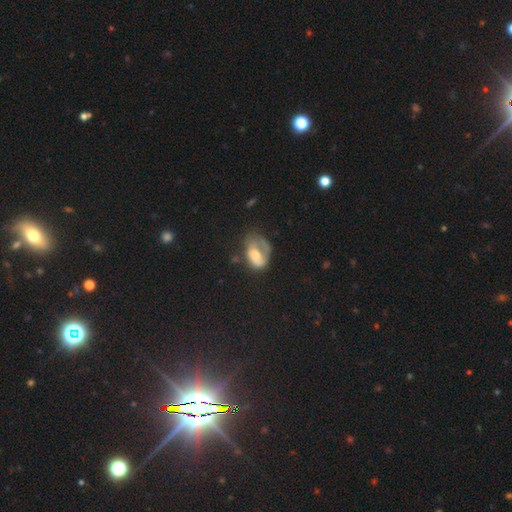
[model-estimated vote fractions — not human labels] A smooth galaxy with no disk features (48%). Merging: major disturbance (42%).